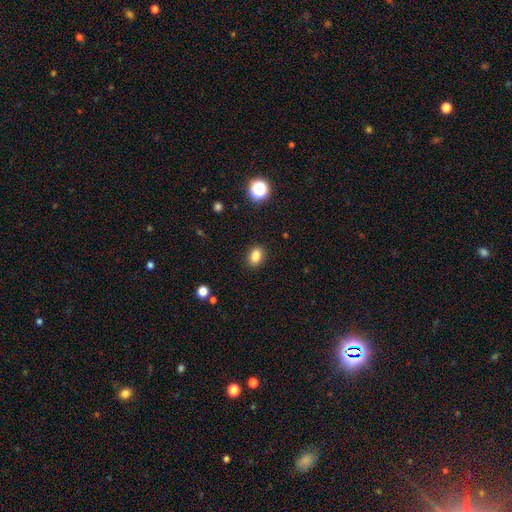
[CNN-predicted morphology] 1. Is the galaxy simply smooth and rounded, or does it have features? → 84% smooth, 11% star or artifact, 5% featured or disk.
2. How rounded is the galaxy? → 75% in between, 24% round, 2% cigar-shaped.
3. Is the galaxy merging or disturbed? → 89% none, 8% minor disturbance, 2% major disturbance, 1% merger.